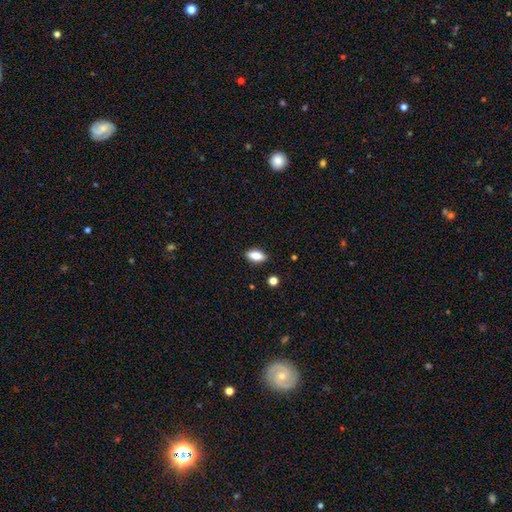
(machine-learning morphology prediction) Smooth or featured? Predicted: smooth (p=0.78). How rounded? Predicted: in between (p=0.85). Merging? Predicted: none (p=0.87).